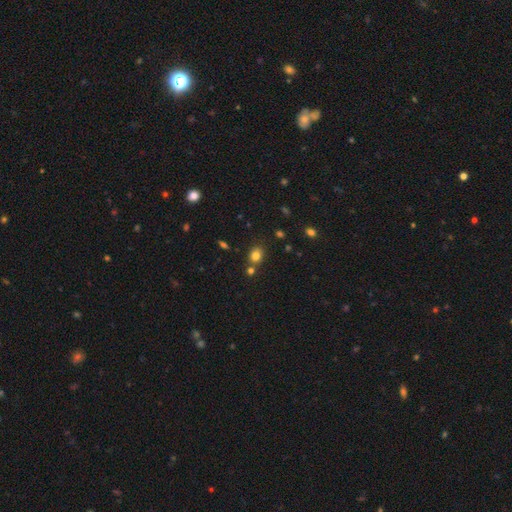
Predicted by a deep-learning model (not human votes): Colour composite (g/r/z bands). It shows a smooth galaxy with no disk features (80%) that is round (55%). Merging: none (72%).